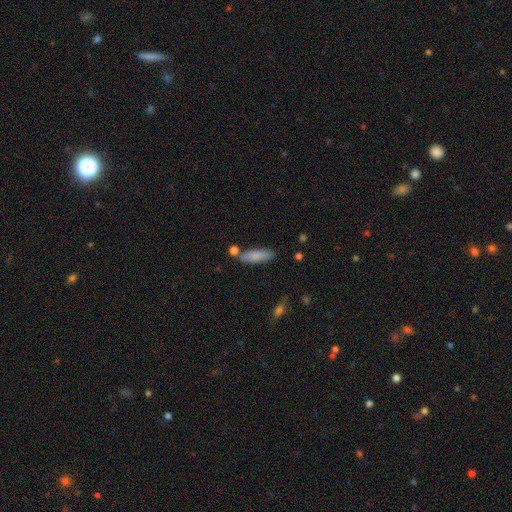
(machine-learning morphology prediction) type=smooth (85%); roundness=in between (52%); merging=none (75%).